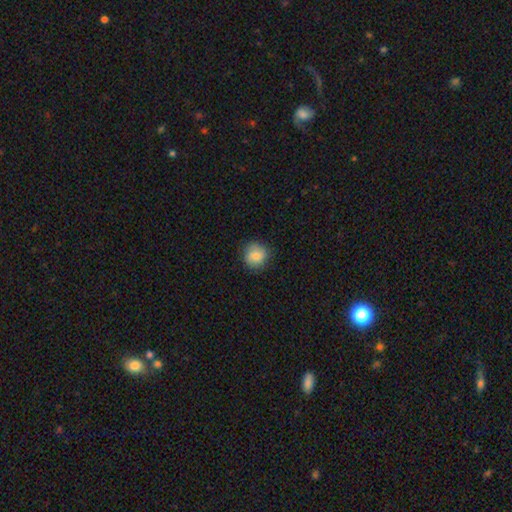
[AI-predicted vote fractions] A smooth galaxy with no disk features (81%) that is round (86%).

Vote fractions:
- Smooth or featured? smooth: 81% / featured or disk: 11% / star or artifact: 8%
- How rounded? round: 86% / in between: 13% / cigar-shaped: 1%
- Merging? none: 82% / minor disturbance: 14% / major disturbance: 4% / merger: 1%